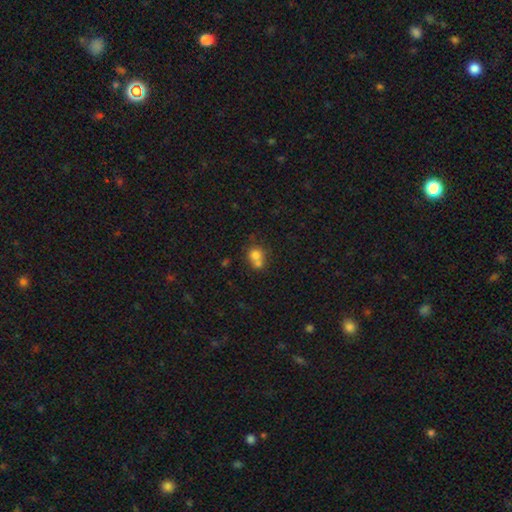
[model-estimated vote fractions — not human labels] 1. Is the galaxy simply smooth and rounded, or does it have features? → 73% smooth, 15% featured or disk, 12% star or artifact.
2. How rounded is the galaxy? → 76% round, 23% in between, 1% cigar-shaped.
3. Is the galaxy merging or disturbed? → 56% merger, 33% none, 8% minor disturbance, 4% major disturbance.